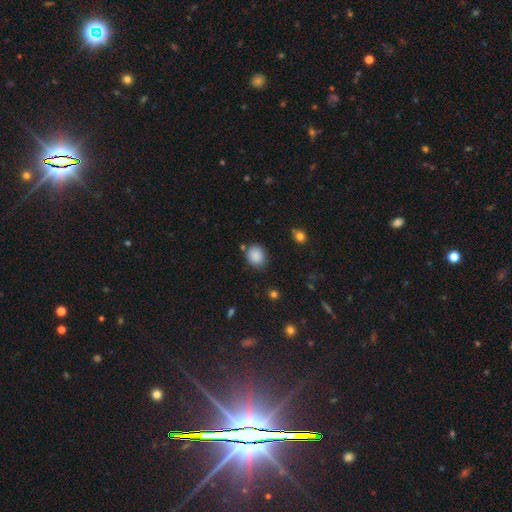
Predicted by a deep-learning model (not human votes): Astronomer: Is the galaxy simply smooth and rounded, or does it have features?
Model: smooth — 87%.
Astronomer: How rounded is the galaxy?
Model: round — 61% (runner-up: in between, 38%).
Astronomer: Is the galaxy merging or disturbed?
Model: none — 77%.